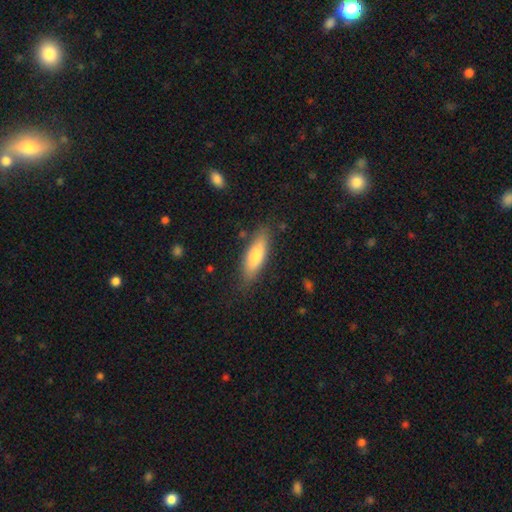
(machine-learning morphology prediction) Overall: smooth (74%). How rounded: cigar-shaped (49%, tied with in between). Merging: none (82%).